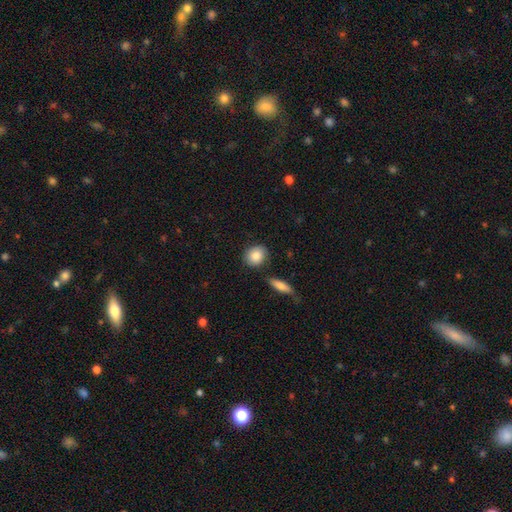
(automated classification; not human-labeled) smooth 85%, featured or disk 8%, star or artifact 7%. Down the decision tree: how rounded — round (72%); merging — none (79%).